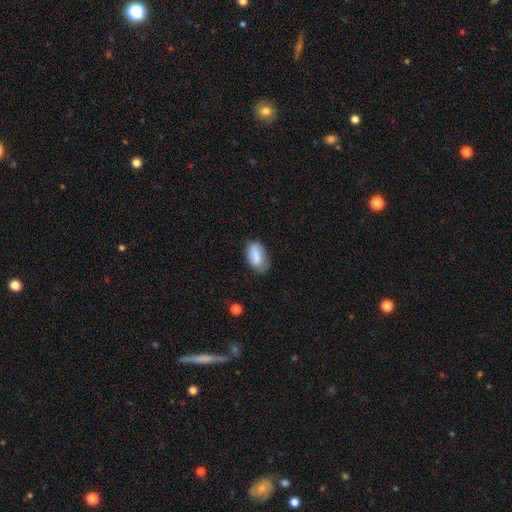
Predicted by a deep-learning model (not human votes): A smooth galaxy with no disk features (79%) that is in between round and cigar-shaped (91%). Merging: none (66%).